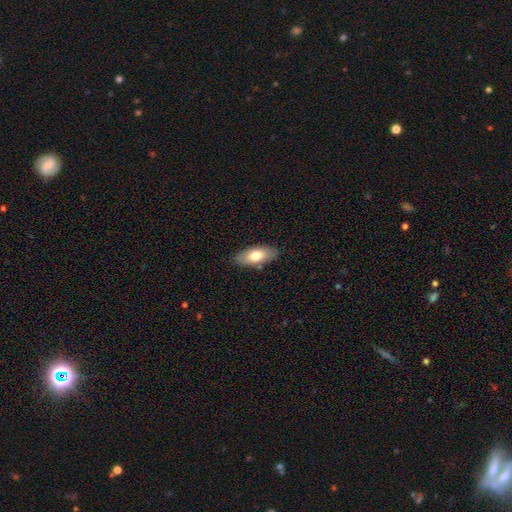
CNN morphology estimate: Smooth or featured? smooth (72%)
How rounded? in between (85%)
Merging? none (86%)